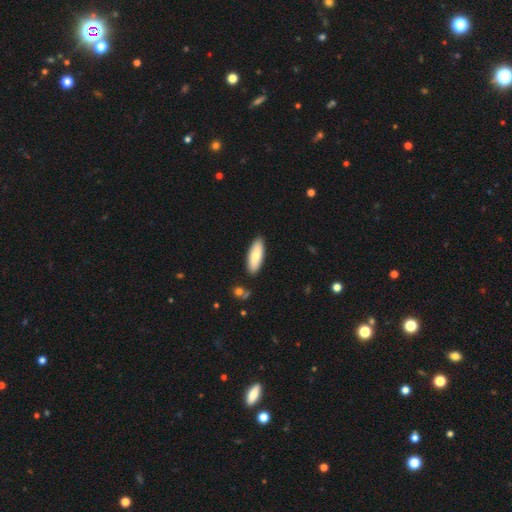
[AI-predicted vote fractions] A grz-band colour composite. It shows a smooth galaxy with no disk features (77%) that is in between round and cigar-shaped (67%). Merging: none (87%).